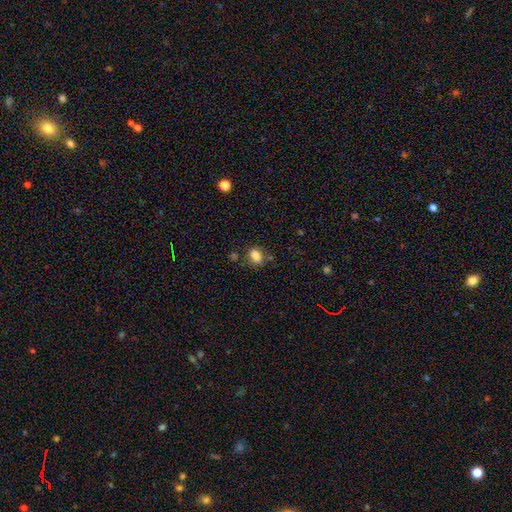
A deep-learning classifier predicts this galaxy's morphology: This is clearly a smooth galaxy (84%). How rounded: likely in between (70%). Merging: likely none (70%).